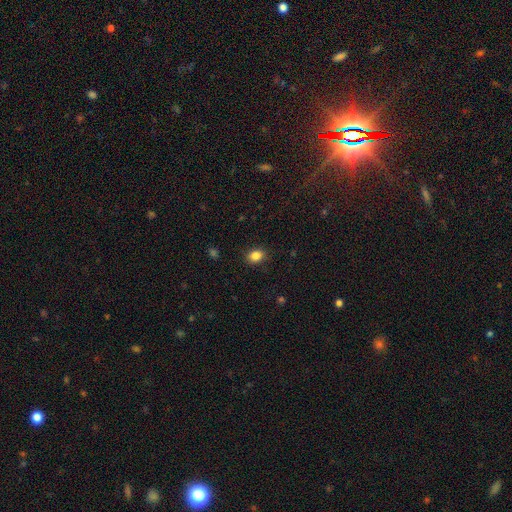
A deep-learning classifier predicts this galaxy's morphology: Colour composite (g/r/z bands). It shows a smooth galaxy with no disk features (85%) that is in between round and cigar-shaped (61%). Merging: none (87%).